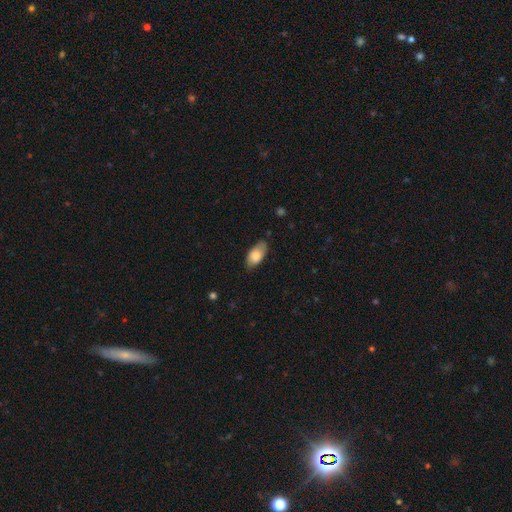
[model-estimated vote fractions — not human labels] Smooth or featured?
  - smooth: 80% *
  - featured or disk: 14%
  - star or artifact: 6%
How rounded?
  - in between: 92% *
  - cigar-shaped: 5%
  - round: 3%
Merging?
  - none: 74% *
  - minor disturbance: 21%
  - major disturbance: 4%
  - merger: 1%